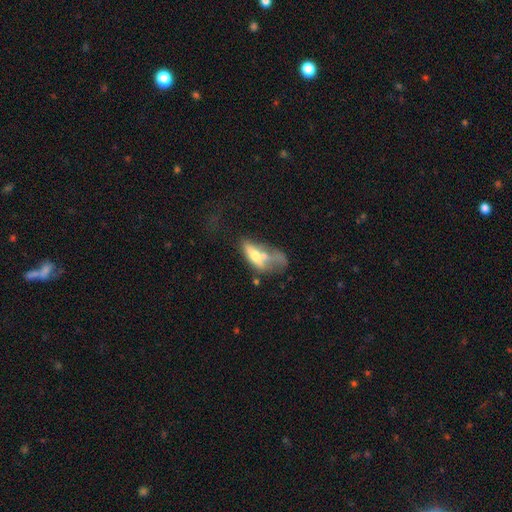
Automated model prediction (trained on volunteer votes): A smooth galaxy with no disk features (49%). Merging: merger (43%).